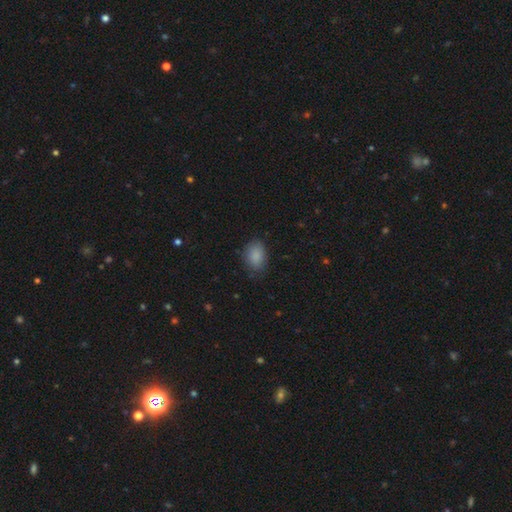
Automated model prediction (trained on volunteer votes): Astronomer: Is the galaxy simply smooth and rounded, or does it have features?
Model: smooth — 88%.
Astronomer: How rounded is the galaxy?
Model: in between — 79%.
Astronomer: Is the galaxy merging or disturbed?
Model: none — 79%.